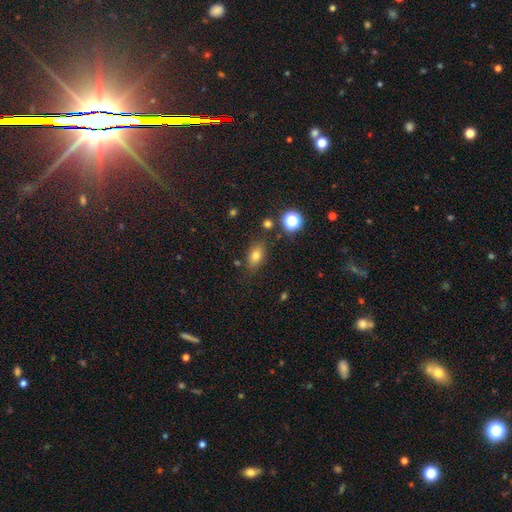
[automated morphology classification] This appears to be a smooth galaxy with no disk features (75%) that is in between round and cigar-shaped (79%). Merging: none (79%).